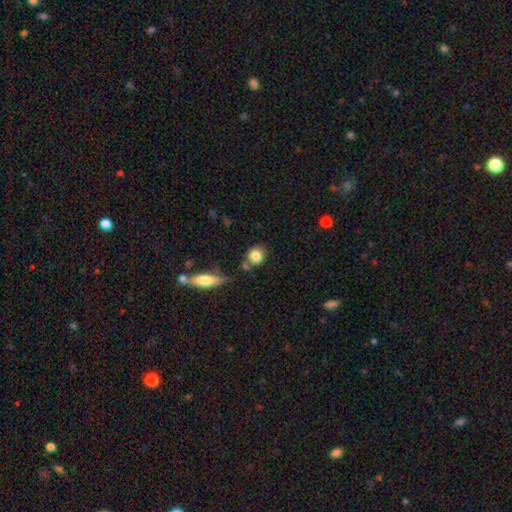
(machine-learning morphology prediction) Q: Smooth or featured?
A: smooth (83%); runner-up: featured or disk (9%)
Q: How rounded?
A: round (66%); runner-up: in between (32%)
Q: Merging?
A: none (63%); runner-up: merger (16%)